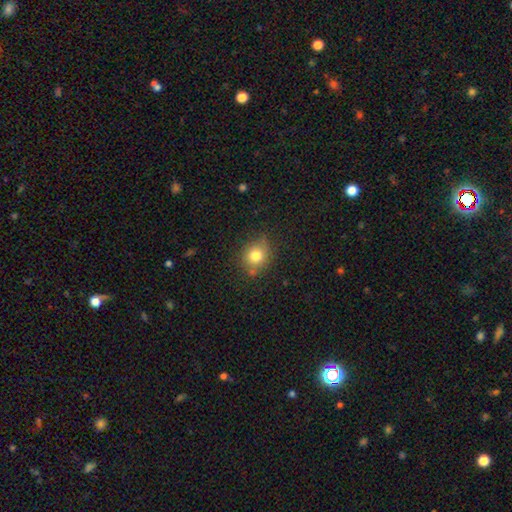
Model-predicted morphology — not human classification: Smooth or featured? Predicted: smooth (p=0.79). How rounded? Predicted: round (p=0.75). Merging? Predicted: none (p=0.74).